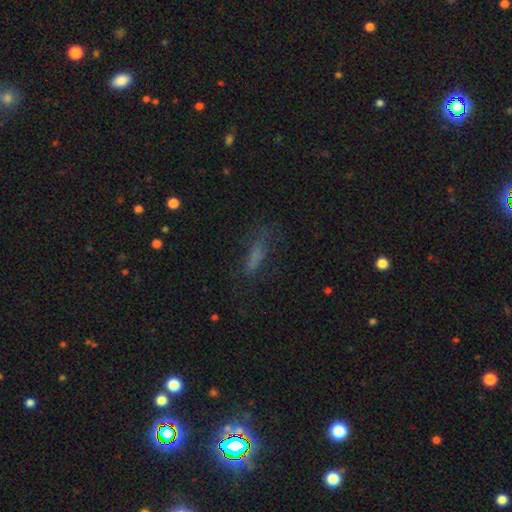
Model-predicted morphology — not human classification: Smooth or featured? Predicted: smooth (p=0.62). How rounded? Predicted: cigar-shaped (p=0.63). Merging? Predicted: none (p=0.56).